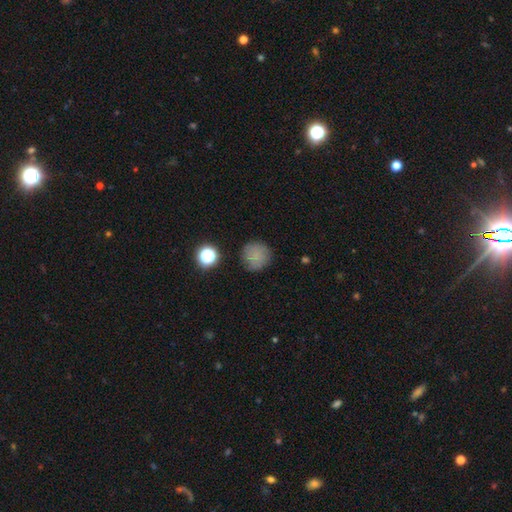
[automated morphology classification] The model was most divided on "smooth or featured": smooth: 79%, star or artifact: 13%, featured or disk: 8%. More confident: how rounded — round (94%); merging — none (80%).